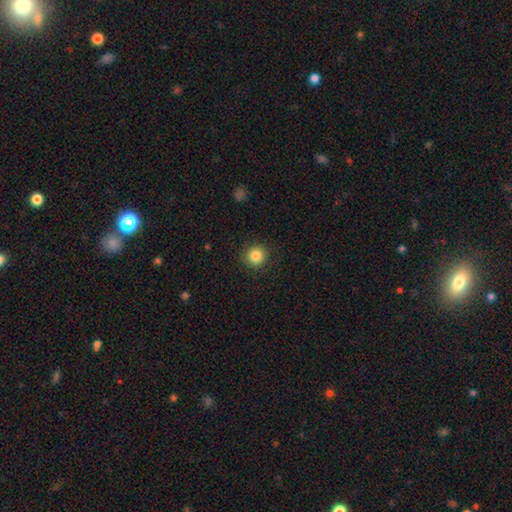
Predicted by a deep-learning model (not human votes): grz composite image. It shows a smooth galaxy with no disk features (86%) that is round (93%). Merging: none (90%).